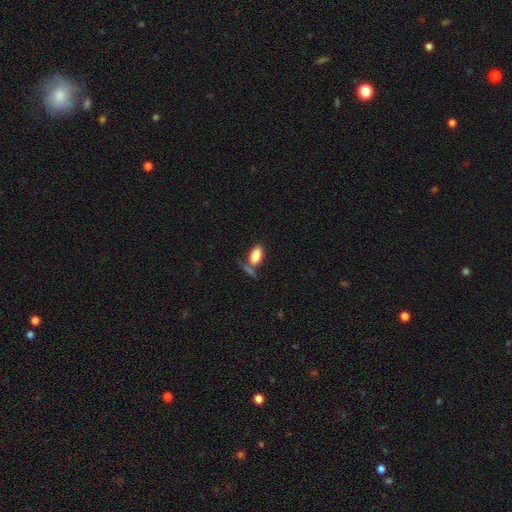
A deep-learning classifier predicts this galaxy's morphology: This is clearly a smooth galaxy (84%). How rounded: clearly in between (92%). Merging: possibly none (56%).